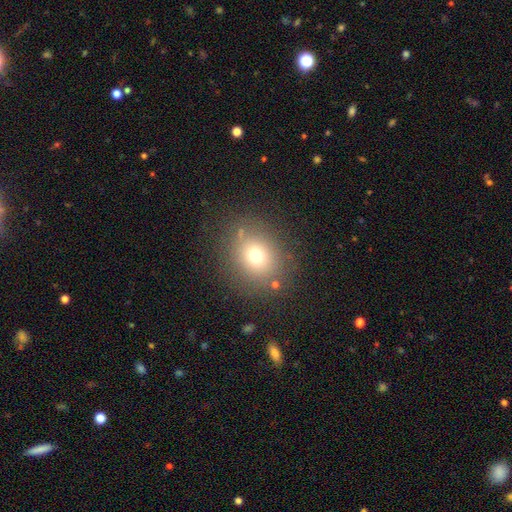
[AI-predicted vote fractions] This appears to be a smooth galaxy with no disk features (70%) that is round (75%). Merging: none (81%).